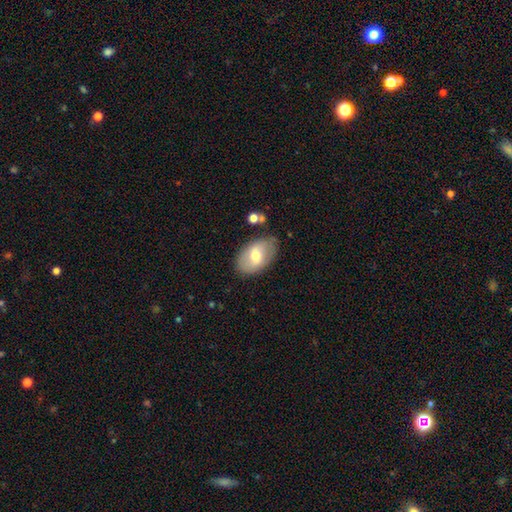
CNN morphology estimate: type=smooth (56%); roundness=in between (90%); merging=none (77%).